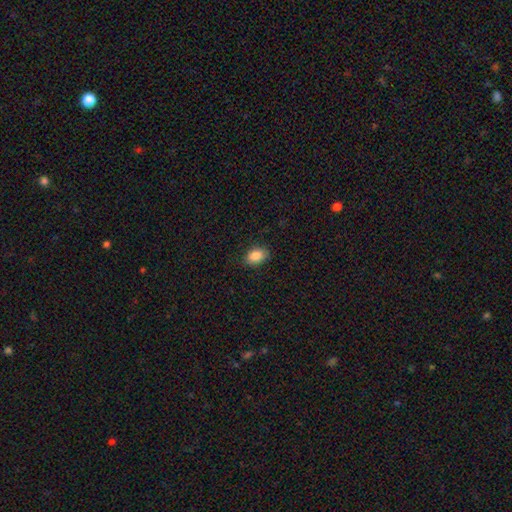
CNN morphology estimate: Smooth or featured? Predicted: smooth (p=0.88). How rounded? Predicted: in between (p=0.85). Merging? Predicted: none (p=0.85).